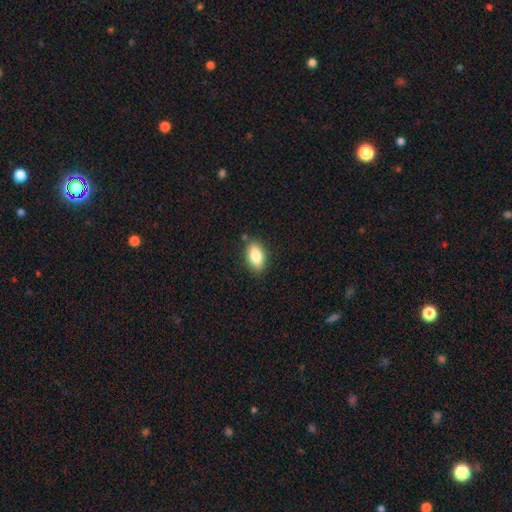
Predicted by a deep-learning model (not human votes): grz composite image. It shows a smooth galaxy with no disk features (85%) that is in between round and cigar-shaped (91%). Merging: none (84%).